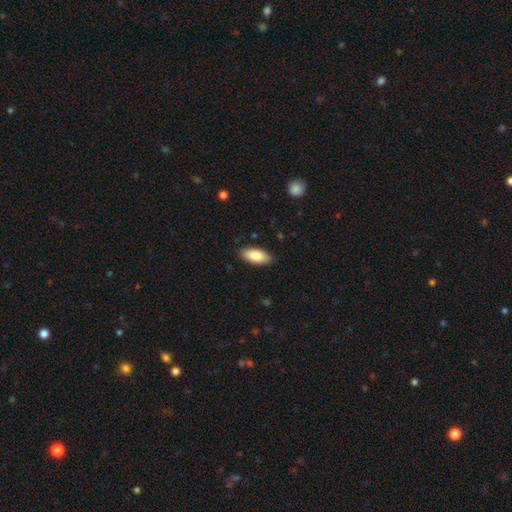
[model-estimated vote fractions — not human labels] Smooth or featured: smooth — 86% (featured or disk — 8%)
How rounded: in between — 87% (cigar-shaped — 12%)
Merging: none — 87% (minor disturbance — 10%)